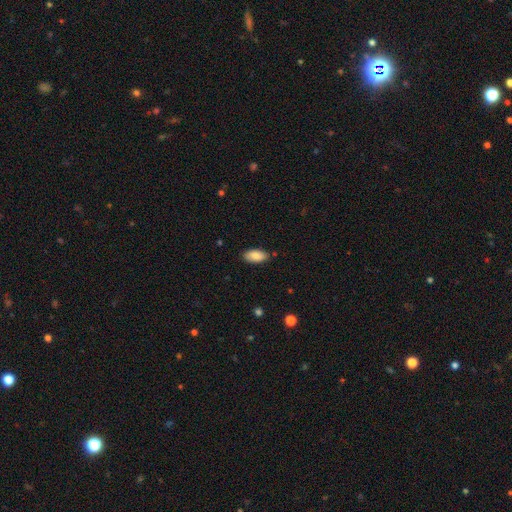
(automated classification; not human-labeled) smooth-or-featured: smooth: 85% | featured or disk: 8% | star or artifact: 7%
  how-rounded: in between: 93% | cigar-shaped: 5% | round: 2%
  merging: none: 86% | minor disturbance: 11% | major disturbance: 2% | merger: 1%